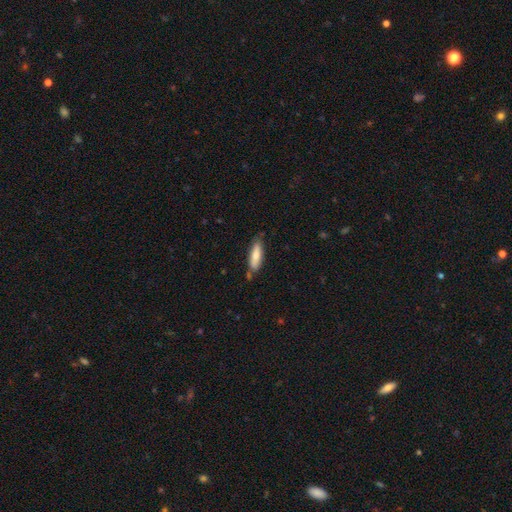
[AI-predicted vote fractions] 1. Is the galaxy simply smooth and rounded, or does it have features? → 72% smooth, 22% featured or disk, 6% star or artifact.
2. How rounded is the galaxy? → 59% cigar-shaped, 40% in between, 1% round.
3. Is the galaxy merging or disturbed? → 73% none, 19% minor disturbance, 5% merger, 3% major disturbance.